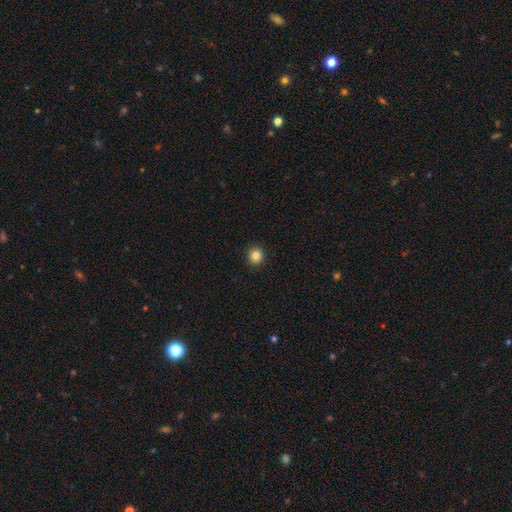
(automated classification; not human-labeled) A smooth galaxy with no disk features (84%) that is round (91%).

Vote fractions:
- Smooth or featured? smooth: 84% / star or artifact: 11% / featured or disk: 5%
- How rounded? round: 91% / in between: 8% / cigar-shaped: 1%
- Merging? none: 93% / minor disturbance: 4% / major disturbance: 2% / merger: 1%